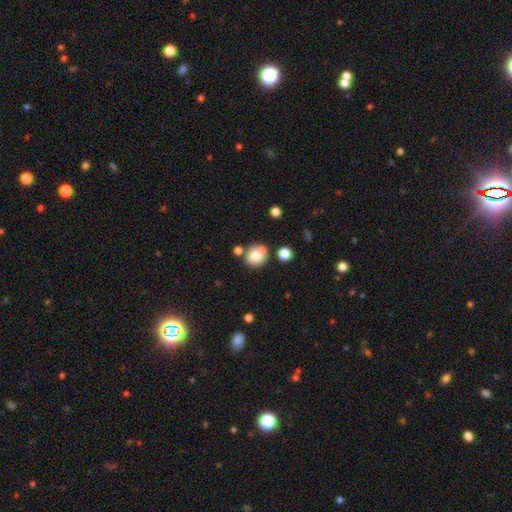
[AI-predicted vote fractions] This is likely a smooth galaxy (76%). How rounded: likely round (78%). Merging: likely none (60%).